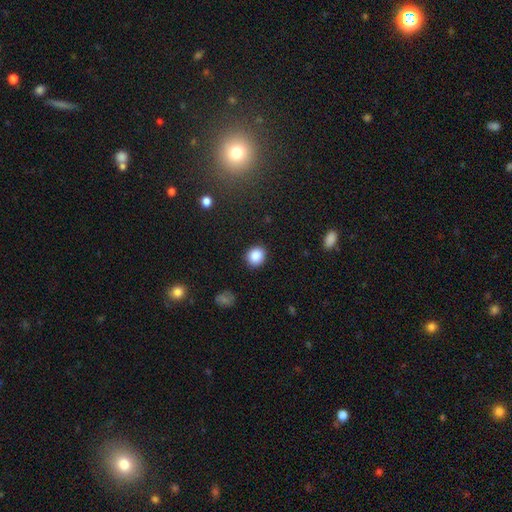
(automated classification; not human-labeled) Q: Smooth or featured?
A: smooth (87%); runner-up: star or artifact (9%)
Q: How rounded?
A: round (78%); runner-up: in between (21%)
Q: Merging?
A: none (89%); runner-up: minor disturbance (8%)